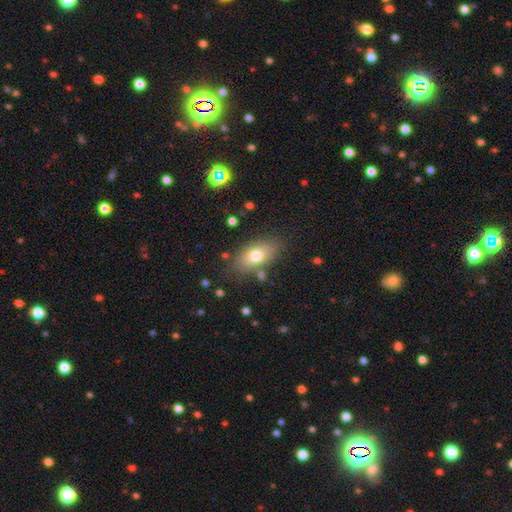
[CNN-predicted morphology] Q: Smooth or featured?
A: smooth (75%); runner-up: featured or disk (17%)
Q: How rounded?
A: in between (87%); runner-up: round (7%)
Q: Merging?
A: none (81%); runner-up: minor disturbance (12%)